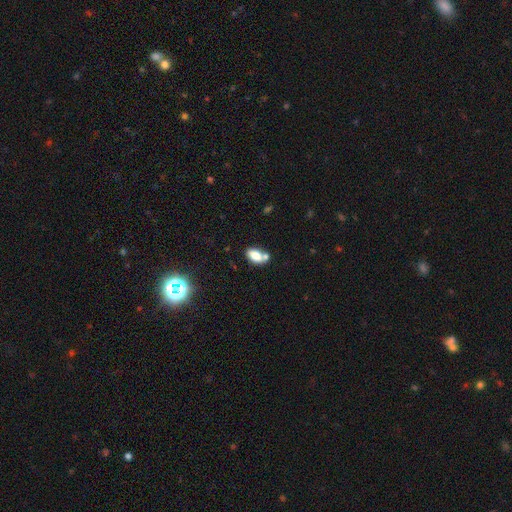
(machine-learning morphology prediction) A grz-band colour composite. It shows a smooth galaxy with no disk features (79%) that is in between round and cigar-shaped (90%). Merging: none (50%).